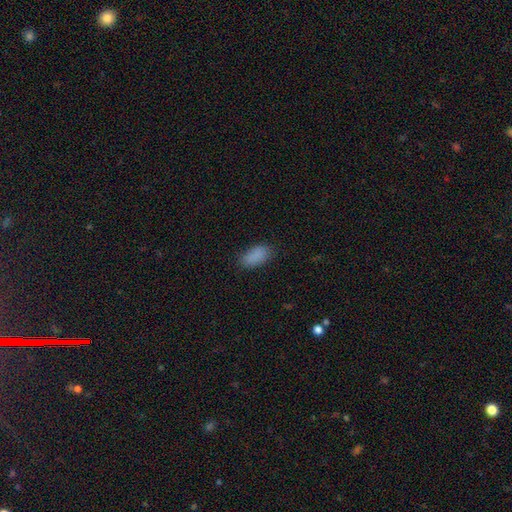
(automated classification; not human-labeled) Morphology: type=smooth (86%); roundness=in between (93%); merging=none (78%).